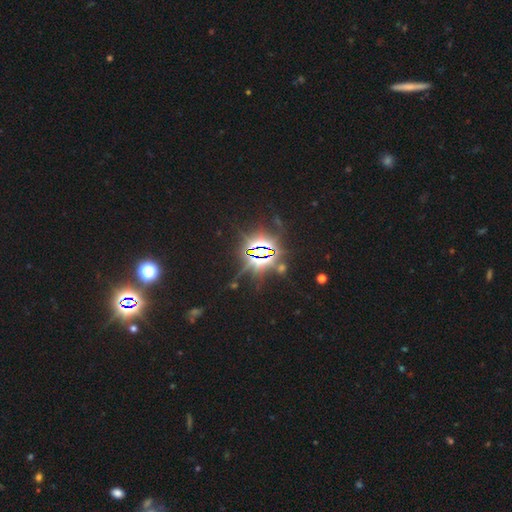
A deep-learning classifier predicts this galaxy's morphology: type=star or artifact (85%).